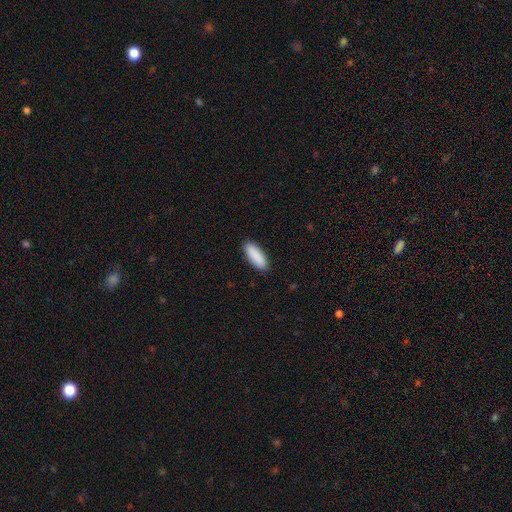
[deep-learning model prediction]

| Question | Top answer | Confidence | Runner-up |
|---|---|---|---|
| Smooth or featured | smooth | 91% | star or artifact (6%) |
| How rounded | in between | 67% | cigar-shaped (32%) |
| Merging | none | 90% | minor disturbance (8%) |